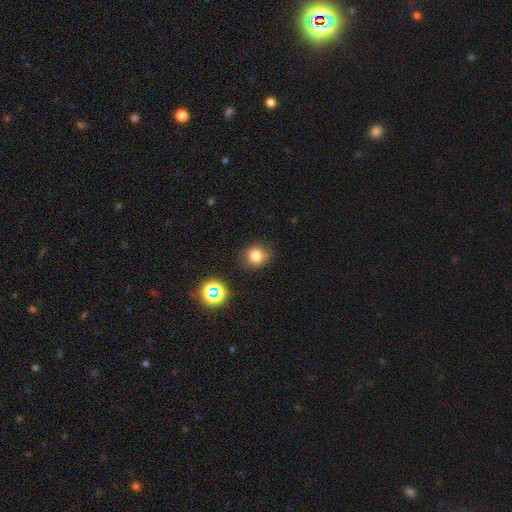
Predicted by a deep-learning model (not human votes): A smooth galaxy with no disk features (79%) that is round (81%). Merging: none (85%).